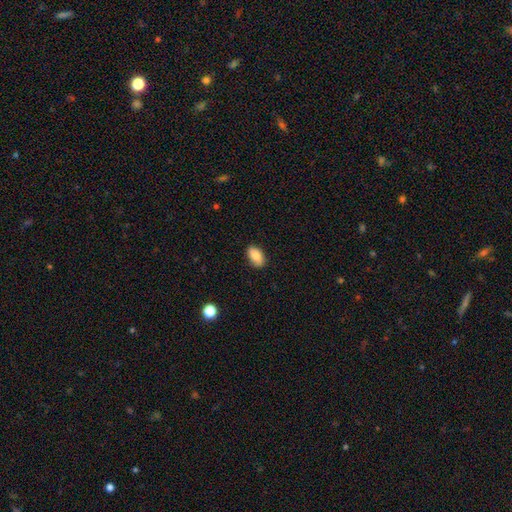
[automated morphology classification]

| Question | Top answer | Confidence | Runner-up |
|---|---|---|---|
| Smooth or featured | smooth | 84% | featured or disk (8%) |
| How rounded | in between | 92% | round (6%) |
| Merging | none | 86% | minor disturbance (11%) |